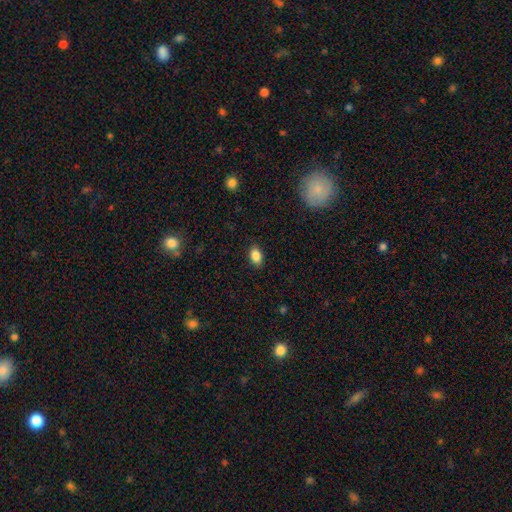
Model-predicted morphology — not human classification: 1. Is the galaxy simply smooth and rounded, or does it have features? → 87% smooth, 9% star or artifact, 4% featured or disk.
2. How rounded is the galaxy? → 86% in between, 13% round, 1% cigar-shaped.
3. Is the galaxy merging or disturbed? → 88% none, 9% minor disturbance, 2% major disturbance, 1% merger.